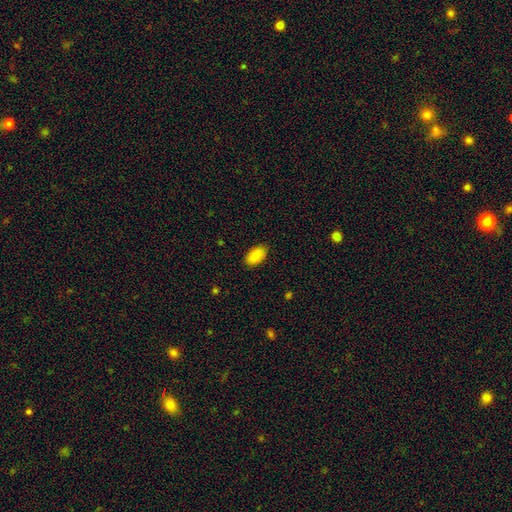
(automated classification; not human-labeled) Smooth or featured? smooth (88%)
How rounded? in between (94%)
Merging? none (88%)